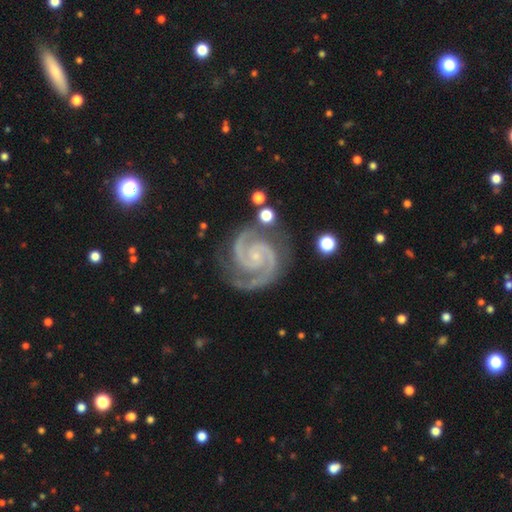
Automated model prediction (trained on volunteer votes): Smooth or featured: featured or disk — 94% (star or artifact — 4%)
Edge-on disk: no — 98% (yes — 2%)
Bar: no — 67% (weak — 24%)
Spiral arms: yes — 99% (no — 1%)
Spiral winding: tight — 59% (medium — 37%)
Spiral arm count: 2 — 92% (3 — 4%)
Bulge size: small — 82% (moderate — 9%)
Merging: none — 79% (minor disturbance — 14%)